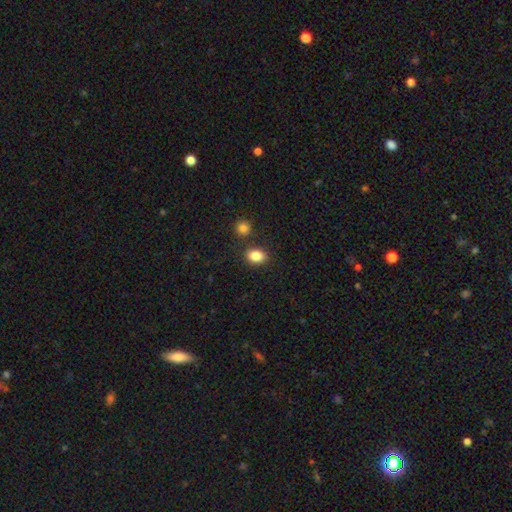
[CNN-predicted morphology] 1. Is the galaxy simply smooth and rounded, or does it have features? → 86% smooth, 9% star or artifact, 5% featured or disk.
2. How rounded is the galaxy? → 70% in between, 28% round, 1% cigar-shaped.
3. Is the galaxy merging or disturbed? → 80% none, 9% minor disturbance, 8% merger, 3% major disturbance.